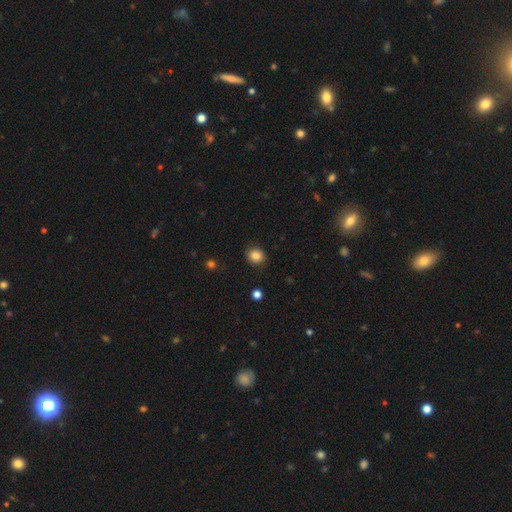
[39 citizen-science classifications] Overall: smooth (90%). How rounded: round (91%). Merging: none (86%).